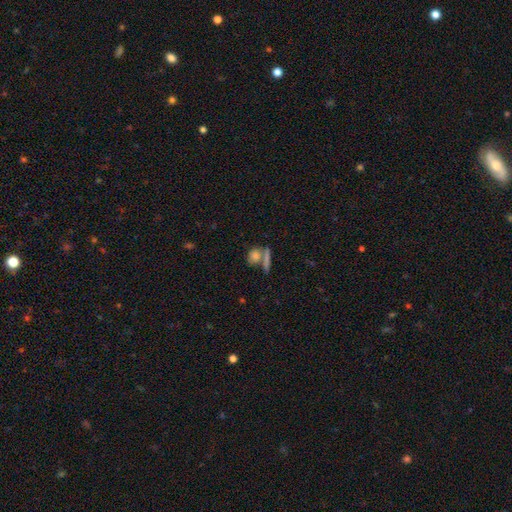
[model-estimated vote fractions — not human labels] Overall: smooth (74%). How rounded: round (44%; in between 42%). Merging: none (48%; merger 37%).